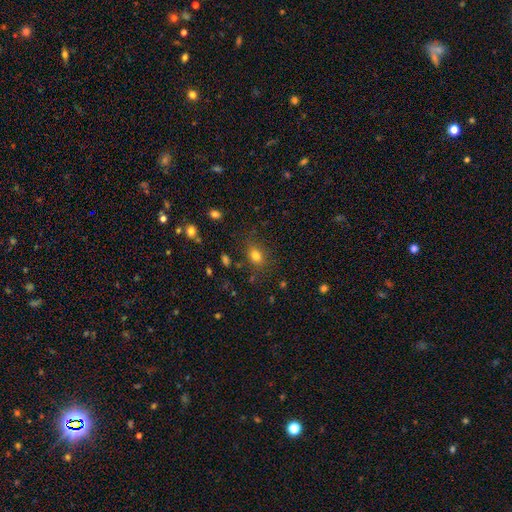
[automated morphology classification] smooth 79%, star or artifact 13%, featured or disk 8%. Down the decision tree: how rounded — in between (64%); merging — none (78%).